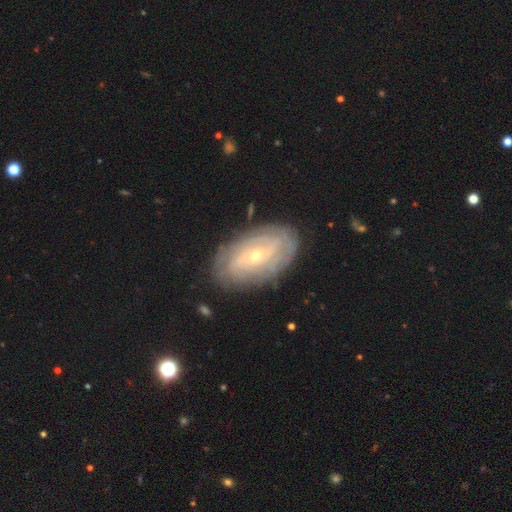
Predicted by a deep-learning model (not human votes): Smooth or featured? featured or disk (80%)
Edge-on disk? no (95%)
Bar? no (54%)
Spiral arms? yes (89%)
Spiral winding? tight (77%)
Spiral arm count? can't tell (49%)
Bulge size? small (69%)
Merging? none (81%)